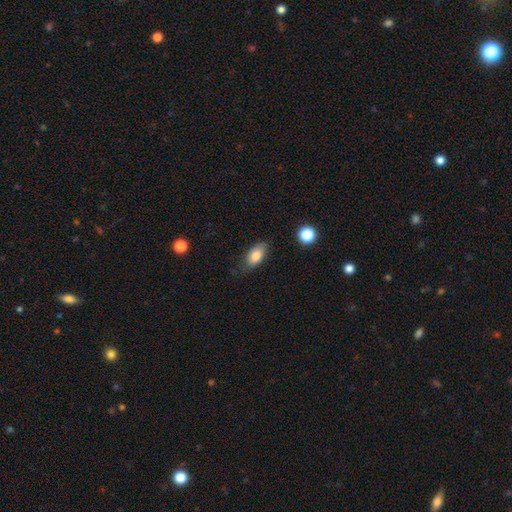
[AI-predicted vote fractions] This appears to be a smooth galaxy with no disk features (81%) that is in between round and cigar-shaped (90%). Merging: none (70%).